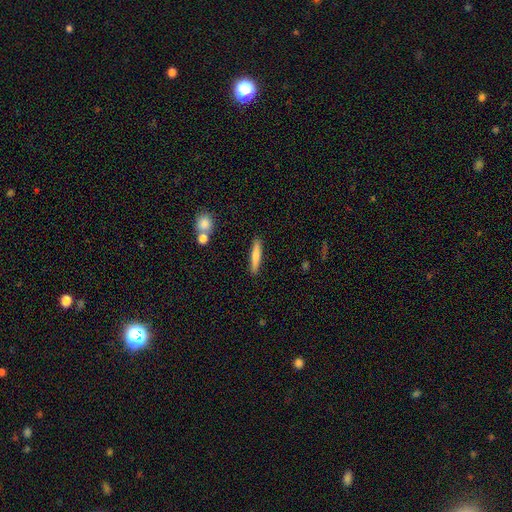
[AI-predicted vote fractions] Smooth or featured?
  - smooth: 70% *
  - featured or disk: 24%
  - star or artifact: 6%
How rounded?
  - cigar-shaped: 91% *
  - in between: 8%
  - round: 2%
Merging?
  - none: 89% *
  - minor disturbance: 7%
  - merger: 3%
  - major disturbance: 2%